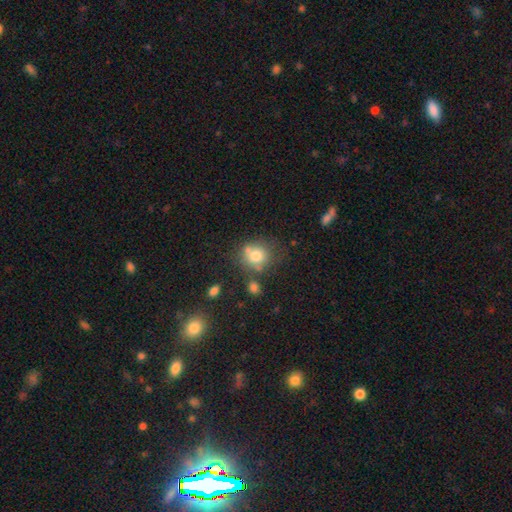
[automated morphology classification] smooth-or-featured: smooth: 75% | featured or disk: 14% | star or artifact: 11%
  how-rounded: round: 78% | in between: 21% | cigar-shaped: 1%
  merging: none: 55% | merger: 20% | minor disturbance: 18% | major disturbance: 7%